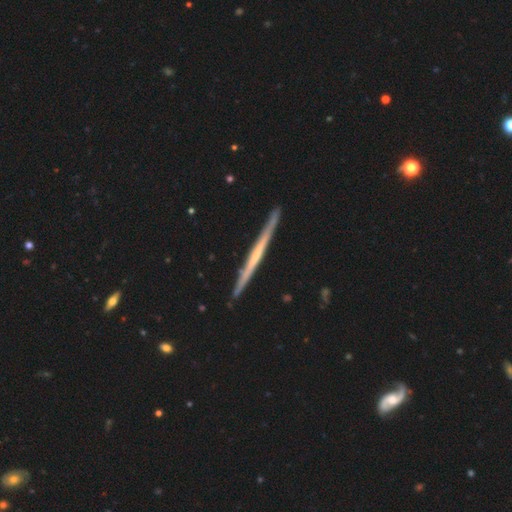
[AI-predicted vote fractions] A featured or disk galaxy (67%) viewed edge-on (98%) with no central bulge (80%).

Vote fractions:
- Smooth or featured? featured or disk: 67% / smooth: 28% / star or artifact: 5%
- Edge-on disk? yes: 98% / no: 2%
- Edge-on bulge? none: 80% / rounded: 14% / boxy: 7%
- Merging? none: 90% / minor disturbance: 7% / merger: 1% / major disturbance: 1%